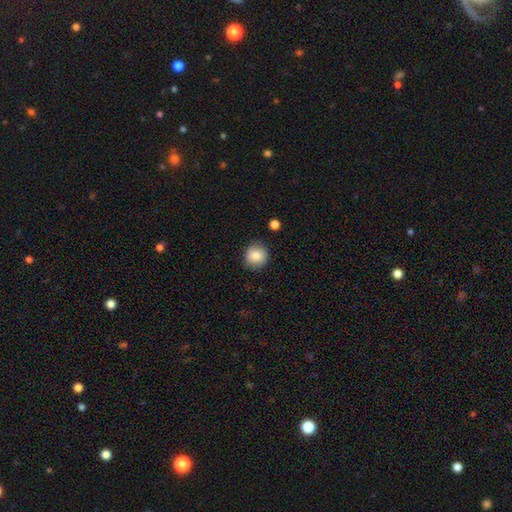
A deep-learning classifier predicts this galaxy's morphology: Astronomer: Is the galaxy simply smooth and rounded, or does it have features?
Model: smooth — 86%.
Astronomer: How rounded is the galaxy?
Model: round — 90%.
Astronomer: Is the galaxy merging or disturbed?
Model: none — 88%.